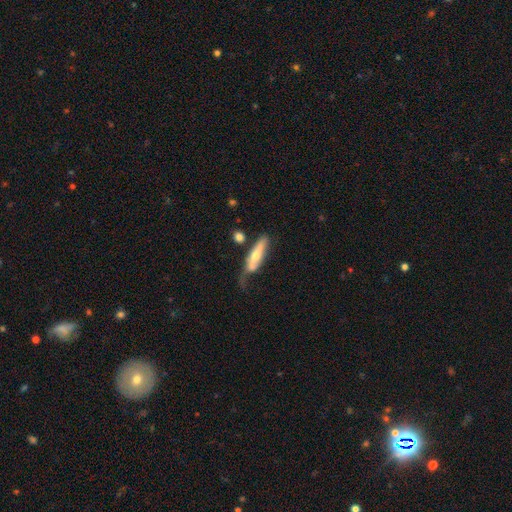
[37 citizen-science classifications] smooth_or_featured: featured or disk (p=0.51) [alt: smooth p=0.46]
disk_edge_on: yes (p=0.53) [alt: no p=0.47]
edge_on_bulge: rounded (p=0.90) [alt: none p=0.10]
merging: major disturbance (p=0.47) [alt: minor disturbance p=0.39]